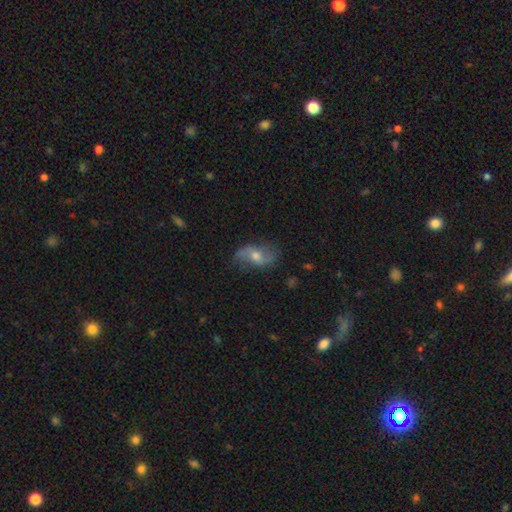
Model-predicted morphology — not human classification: smooth_or_featured: featured or disk (p=0.60) [alt: smooth p=0.31]
disk_edge_on: no (p=0.93) [alt: yes p=0.07]
bar: no (p=0.52) [alt: weak p=0.37]
has_spiral_arms: yes (p=0.85) [alt: no p=0.15]
bulge_size: moderate (p=0.65) [alt: small p=0.25]
merging: none (p=0.69) [alt: minor disturbance p=0.22]